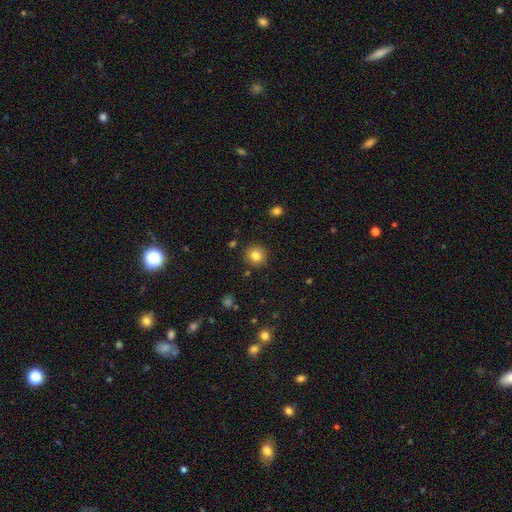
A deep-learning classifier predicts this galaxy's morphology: Overall: smooth (81%). How rounded: round (92%). Merging: none (90%).